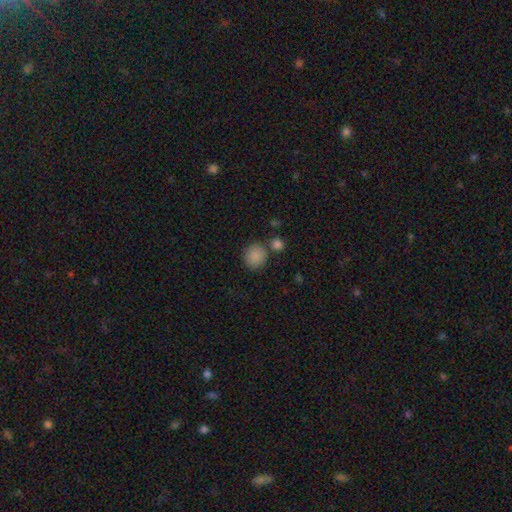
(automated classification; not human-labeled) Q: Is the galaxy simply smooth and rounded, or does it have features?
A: smooth — 87%.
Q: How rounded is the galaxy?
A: round — 85%.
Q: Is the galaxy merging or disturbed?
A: none — 73%.